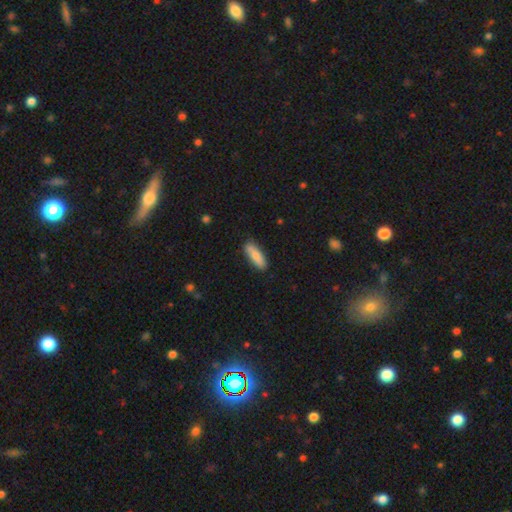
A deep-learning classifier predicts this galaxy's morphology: Smooth or featured? Predicted: smooth (p=0.80). How rounded? Predicted: cigar-shaped (p=0.50). Merging? Predicted: none (p=0.86).